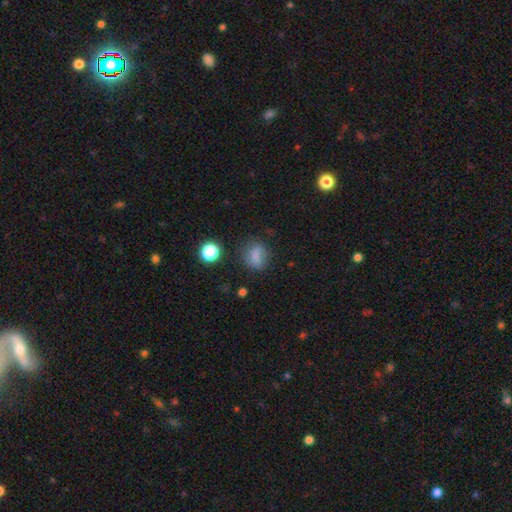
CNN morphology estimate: type=smooth (76%); roundness=in between (51%); merging=none (68%).